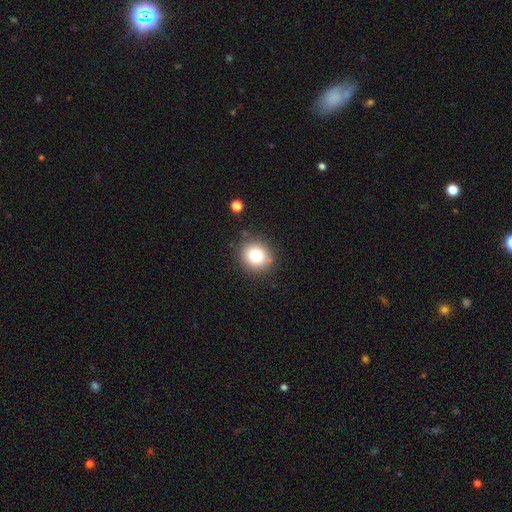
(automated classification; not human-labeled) This is likely a smooth galaxy (78%). How rounded: clearly round (83%). Merging: clearly none (86%).